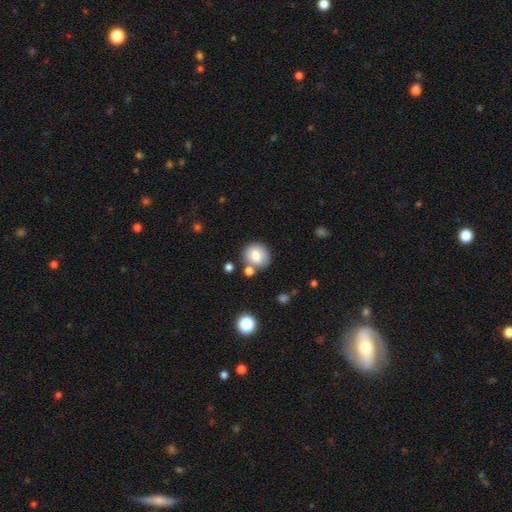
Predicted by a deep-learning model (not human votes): smooth-or-featured: smooth: 80% | featured or disk: 11% | star or artifact: 9%
  how-rounded: round: 84% | in between: 15% | cigar-shaped: 1%
  merging: none: 74% | merger: 12% | minor disturbance: 11% | major disturbance: 3%